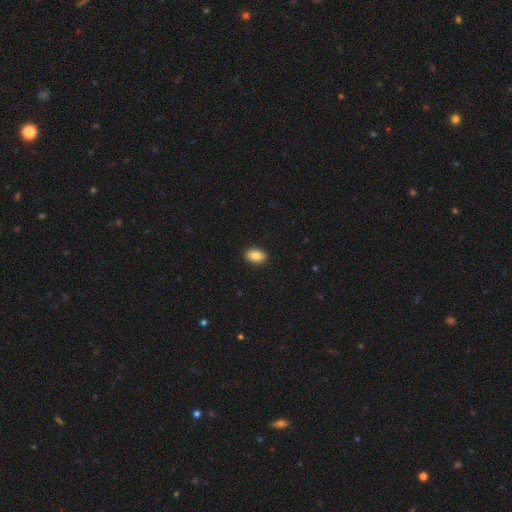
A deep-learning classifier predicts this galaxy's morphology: This appears to be a smooth galaxy with no disk features (87%) that is in between round and cigar-shaped (90%). Merging: none (91%).